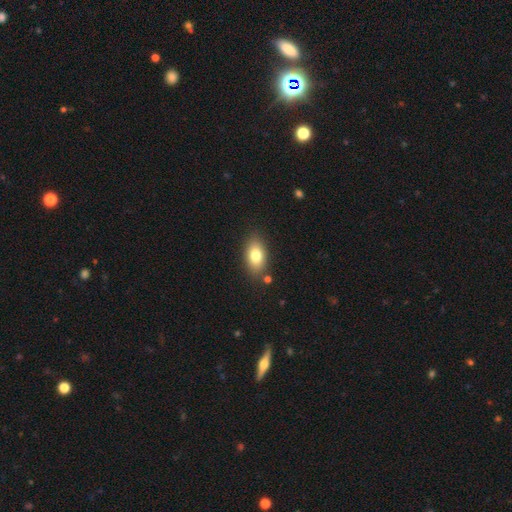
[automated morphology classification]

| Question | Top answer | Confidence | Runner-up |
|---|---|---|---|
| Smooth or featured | smooth | 79% | featured or disk (13%) |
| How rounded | in between | 87% | round (10%) |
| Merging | none | 82% | minor disturbance (11%) |